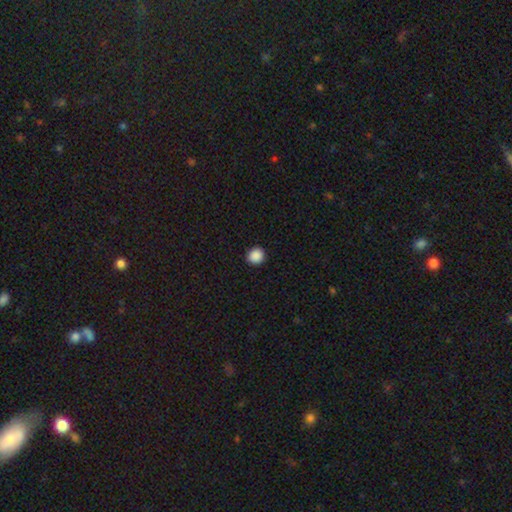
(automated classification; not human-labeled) Smooth or featured? smooth (89%)
How rounded? round (90%)
Merging? none (92%)